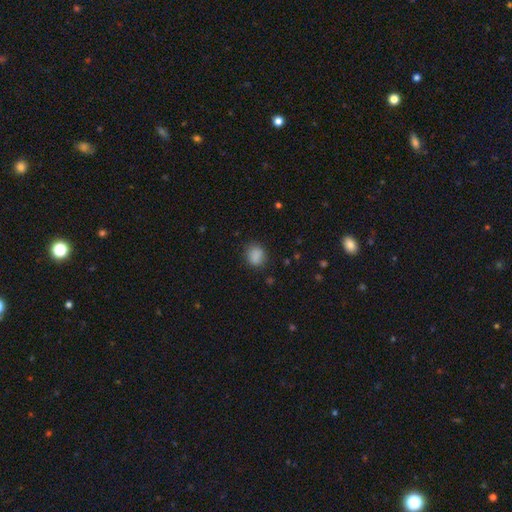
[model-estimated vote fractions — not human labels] Overall: smooth (87%). How rounded: round (58%; in between 41%). Merging: none (81%).